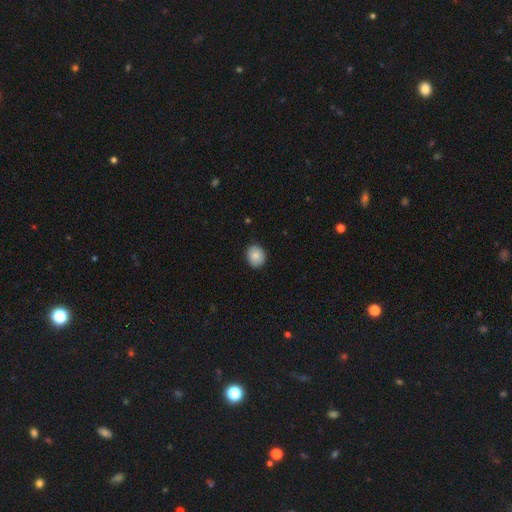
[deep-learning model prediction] A smooth galaxy with no disk features (85%) that is round (63%). Merging: none (88%).